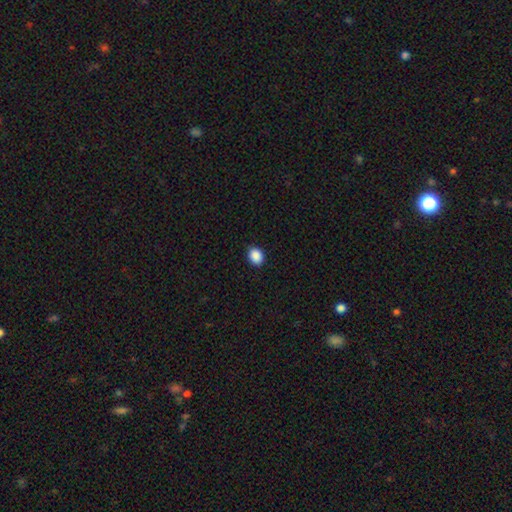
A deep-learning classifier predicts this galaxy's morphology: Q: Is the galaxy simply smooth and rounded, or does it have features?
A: smooth — 89%.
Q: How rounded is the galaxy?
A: in between — 59%.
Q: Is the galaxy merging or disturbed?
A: none — 90%.